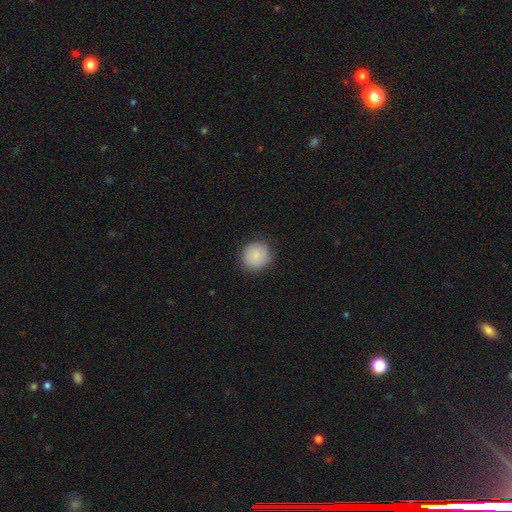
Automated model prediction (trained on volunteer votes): A smooth galaxy with no disk features (84%) that is round (90%).

Vote fractions:
- Smooth or featured? smooth: 84% / featured or disk: 9% / star or artifact: 7%
- How rounded? round: 90% / in between: 9% / cigar-shaped: 1%
- Merging? none: 82% / minor disturbance: 13% / major disturbance: 3% / merger: 1%